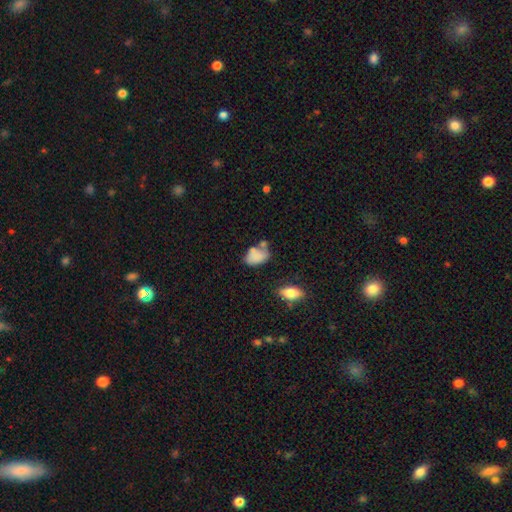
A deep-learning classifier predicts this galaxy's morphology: Smooth or featured? Predicted: smooth (p=0.79). How rounded? Predicted: in between (p=0.86). Merging? Predicted: none (p=0.44).